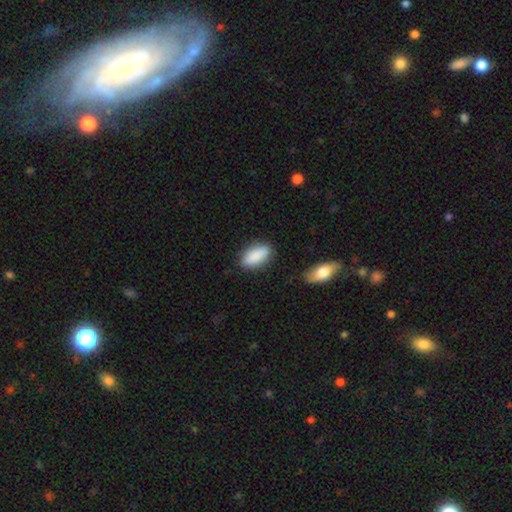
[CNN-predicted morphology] Overall: smooth (88%). How rounded: in between (85%). Merging: none (84%).